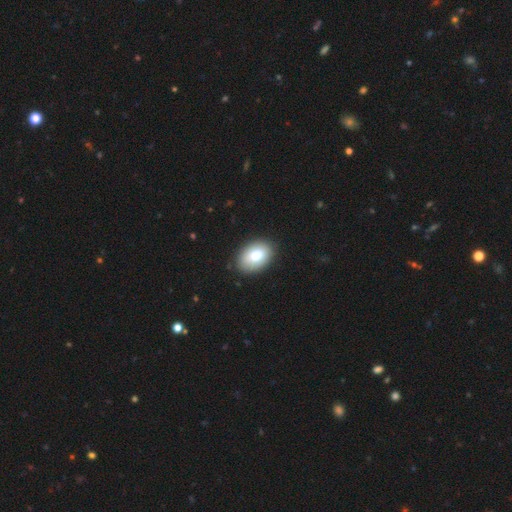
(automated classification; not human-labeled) smooth_or_featured: smooth (p=0.77) [alt: featured or disk p=0.16]
how_rounded: in between (p=0.87) [alt: round p=0.12]
merging: none (p=0.88) [alt: minor disturbance p=0.09]